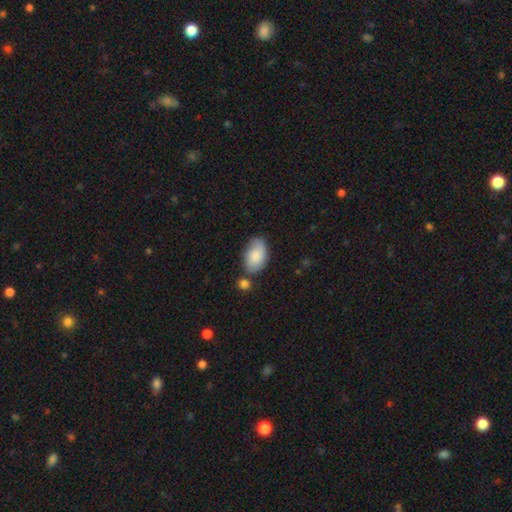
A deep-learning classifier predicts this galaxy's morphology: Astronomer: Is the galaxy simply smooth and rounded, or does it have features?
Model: smooth — 80%.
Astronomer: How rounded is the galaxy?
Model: in between — 93%.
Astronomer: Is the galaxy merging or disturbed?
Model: none — 61%.